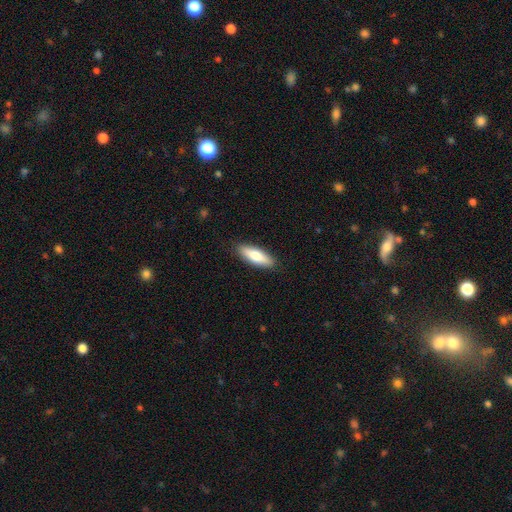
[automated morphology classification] Smooth or featured?
  - smooth: 76% *
  - featured or disk: 19%
  - star or artifact: 6%
How rounded?
  - in between: 54% *
  - cigar-shaped: 44%
  - round: 2%
Merging?
  - none: 89% *
  - minor disturbance: 8%
  - major disturbance: 2%
  - merger: 1%